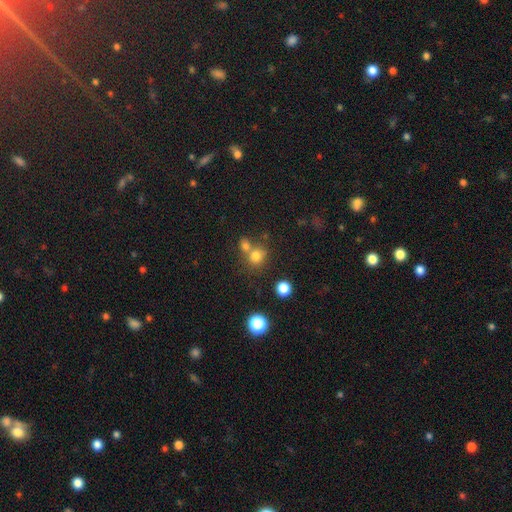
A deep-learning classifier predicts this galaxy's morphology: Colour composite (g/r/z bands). It shows a smooth galaxy with no disk features (75%) that is round (75%). Merging: none (48%).